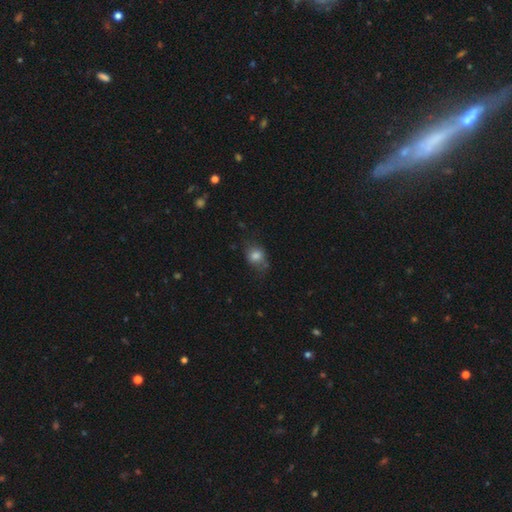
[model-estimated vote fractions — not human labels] smooth_or_featured: smooth (p=0.79) [alt: featured or disk p=0.11]
how_rounded: round (p=0.56) [alt: in between p=0.43]
merging: none (p=0.58) [alt: minor disturbance p=0.28]